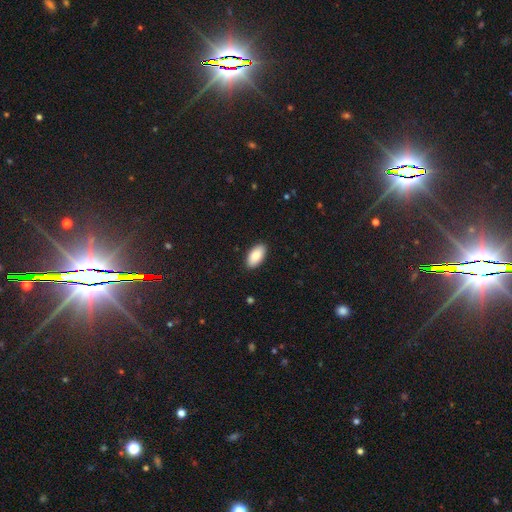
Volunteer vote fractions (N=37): Smooth or featured: smooth — 86% (featured or disk — 8%)
How rounded: in between — 97% (cigar-shaped — 3%)
Merging: none — 91% (minor disturbance — 9%)